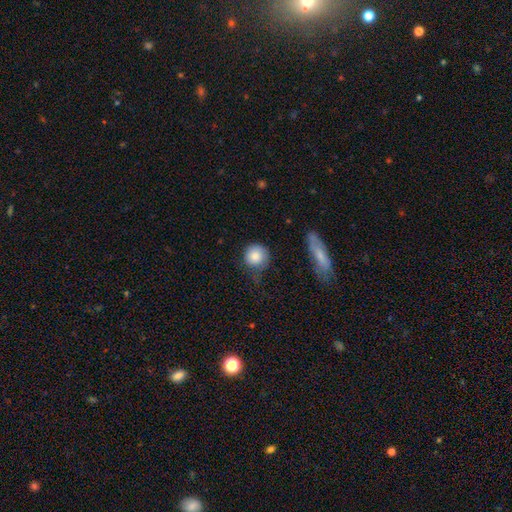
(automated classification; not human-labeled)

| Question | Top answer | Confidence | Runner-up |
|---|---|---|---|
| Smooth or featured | smooth | 83% | featured or disk (9%) |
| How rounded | round | 90% | in between (9%) |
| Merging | none | 58% | minor disturbance (28%) |